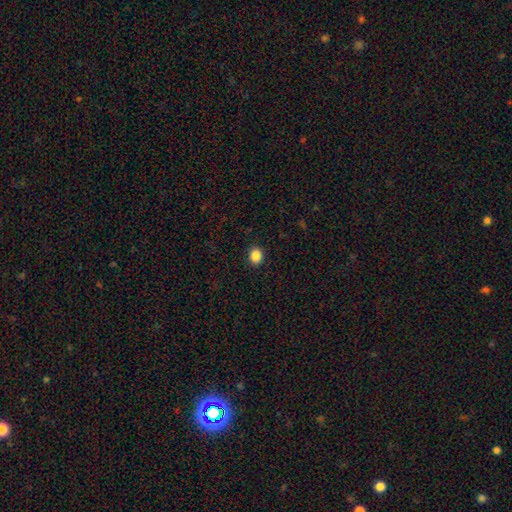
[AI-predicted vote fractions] A smooth galaxy with no disk features (87%) that is round (51%).

Vote fractions:
- Smooth or featured? smooth: 87% / star or artifact: 10% / featured or disk: 3%
- How rounded? round: 51% / in between: 48% / cigar-shaped: 1%
- Merging? none: 90% / minor disturbance: 7% / major disturbance: 2% / merger: 1%